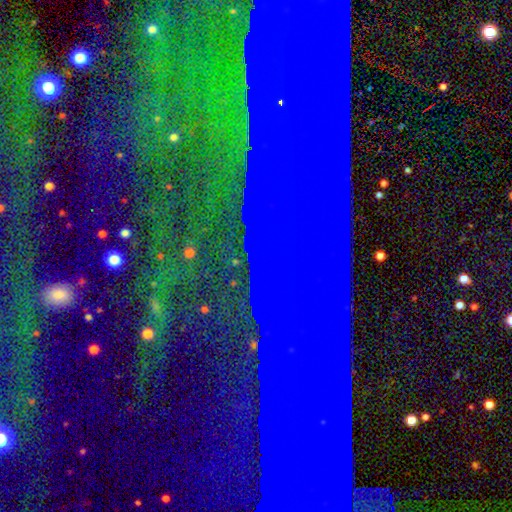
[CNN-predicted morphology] smooth-or-featured: star or artifact: 83% | smooth: 9% | featured or disk: 8%